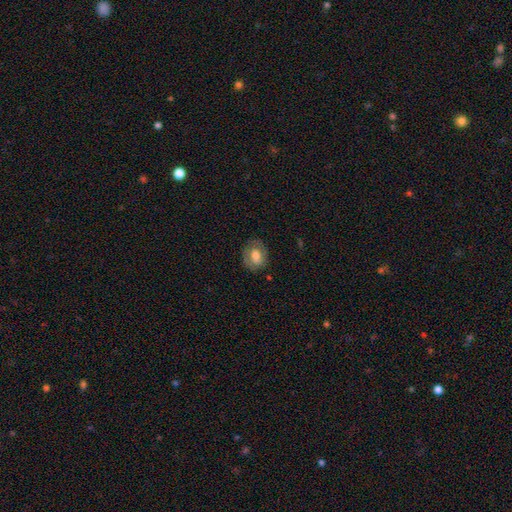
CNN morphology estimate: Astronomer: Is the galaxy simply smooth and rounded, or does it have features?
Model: smooth — 59%.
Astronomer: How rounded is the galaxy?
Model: in between — 58% (runner-up: round, 41%).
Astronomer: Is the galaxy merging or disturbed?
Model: none — 75%.